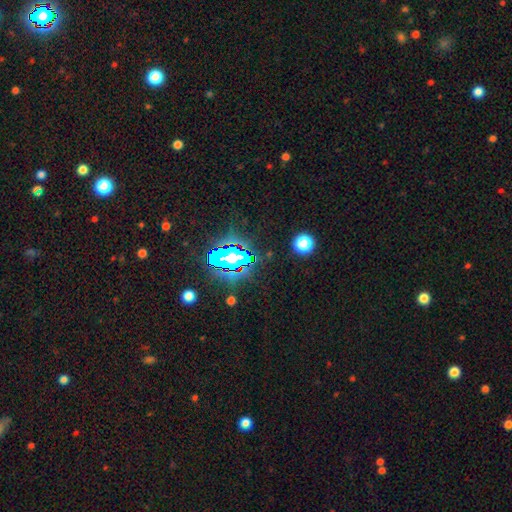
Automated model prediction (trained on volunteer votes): A star or artifact, not a galaxy (77%).

Vote fractions:
- Smooth or featured? star or artifact: 77% / smooth: 14% / featured or disk: 9%